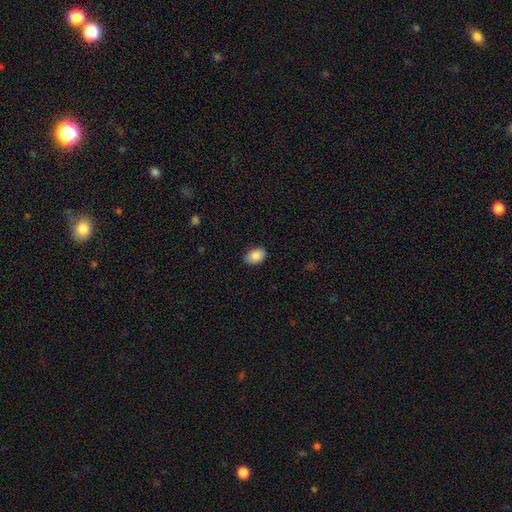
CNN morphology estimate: A smooth galaxy with no disk features (89%) that is in between round and cigar-shaped (82%).

Vote fractions:
- Smooth or featured? smooth: 89% / star or artifact: 7% / featured or disk: 4%
- How rounded? in between: 82% / round: 17% / cigar-shaped: 1%
- Merging? none: 87% / minor disturbance: 10% / major disturbance: 2% / merger: 1%